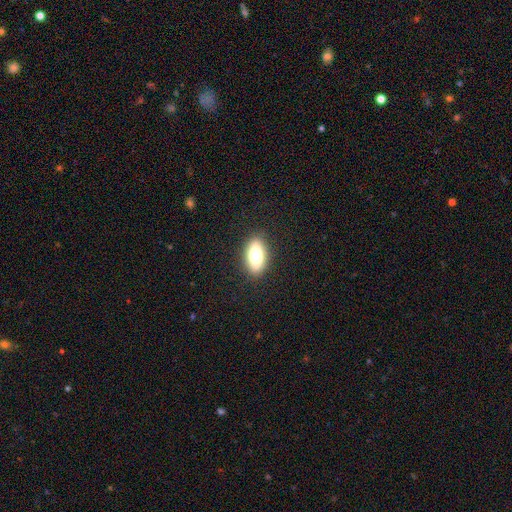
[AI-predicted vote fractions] smooth-or-featured: smooth: 76% | featured or disk: 16% | star or artifact: 8%
  how-rounded: in between: 85% | cigar-shaped: 9% | round: 5%
  merging: none: 88% | minor disturbance: 9% | major disturbance: 3% | merger: 1%